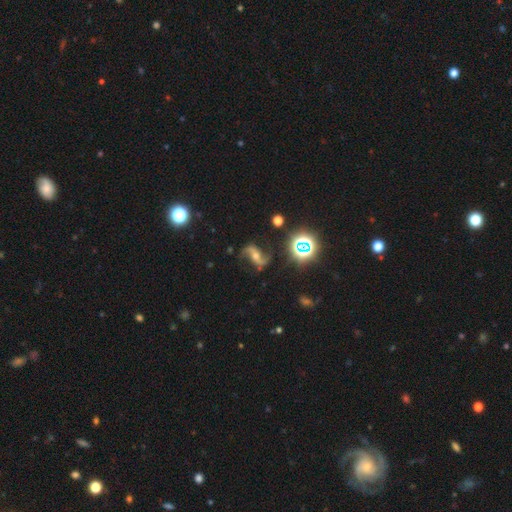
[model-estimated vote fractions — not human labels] The model was most divided on "bar": no: 37%, weak: 33%, strong: 30%. More confident: spiral arms — yes (96%); edge-on disk — no (96%); spiral arm count — 2 (93%); smooth or featured — featured or disk (80%); merging — none (76%); spiral winding — loose (75%); bulge size — moderate (52%).